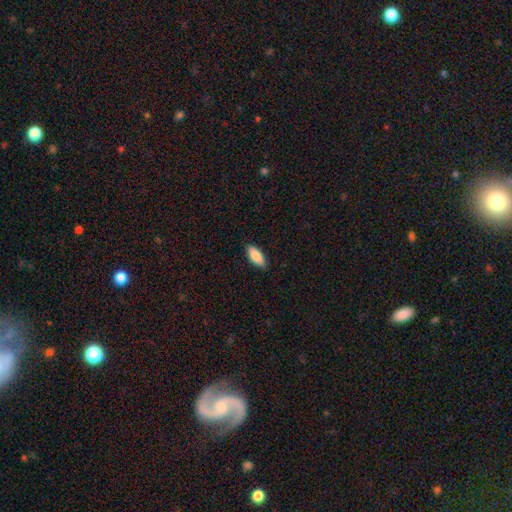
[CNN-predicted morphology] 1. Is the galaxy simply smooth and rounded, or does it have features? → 86% smooth, 8% featured or disk, 6% star or artifact.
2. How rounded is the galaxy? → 84% in between, 14% cigar-shaped, 2% round.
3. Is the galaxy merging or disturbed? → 87% none, 10% minor disturbance, 2% major disturbance, 1% merger.